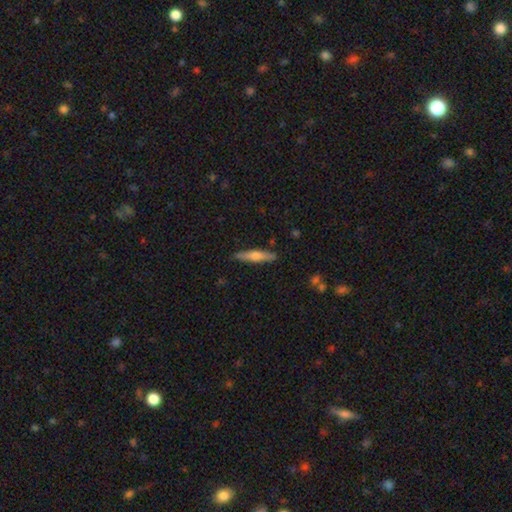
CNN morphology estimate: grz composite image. It shows a smooth galaxy with no disk features (53%) that is cigar-shaped (86%). Merging: none (87%).